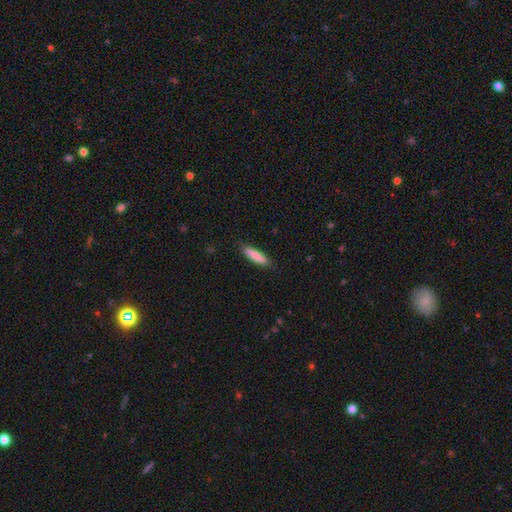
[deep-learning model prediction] smooth_or_featured: smooth (p=0.83) [alt: featured or disk p=0.11]
how_rounded: cigar-shaped (p=0.78) [alt: in between p=0.21]
merging: none (p=0.87) [alt: minor disturbance p=0.10]